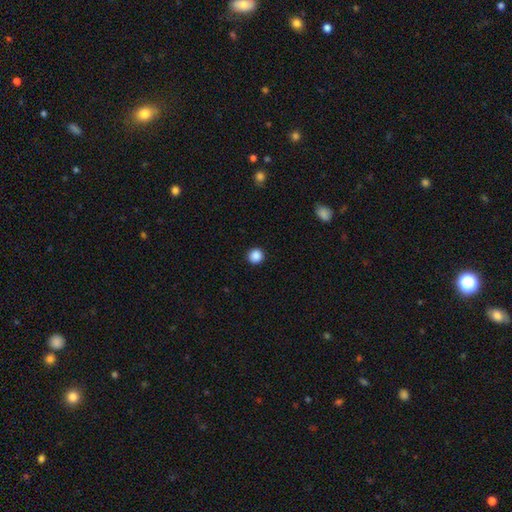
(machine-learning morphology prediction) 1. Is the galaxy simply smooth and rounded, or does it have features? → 88% smooth, 10% star or artifact, 2% featured or disk.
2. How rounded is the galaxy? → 96% round, 3% in between, 1% cigar-shaped.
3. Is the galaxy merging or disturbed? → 93% none, 4% minor disturbance, 2% major disturbance, 1% merger.